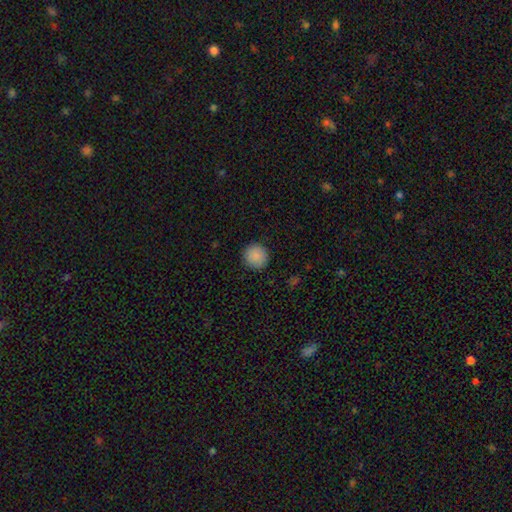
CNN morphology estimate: A smooth galaxy with no disk features (89%) that is round (95%).

Vote fractions:
- Smooth or featured? smooth: 89% / star or artifact: 8% / featured or disk: 3%
- How rounded? round: 95% / in between: 4% / cigar-shaped: 1%
- Merging? none: 92% / minor disturbance: 5% / major disturbance: 2% / merger: 1%